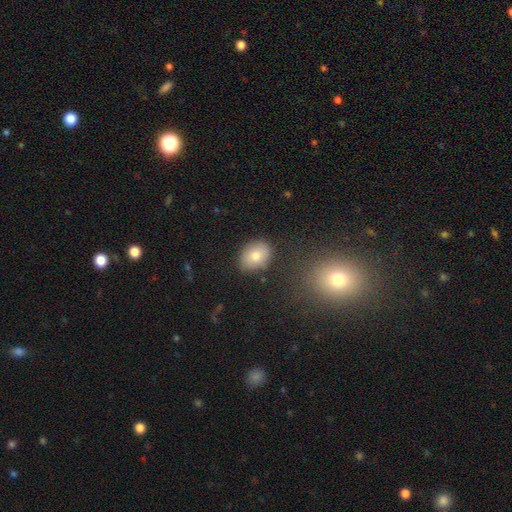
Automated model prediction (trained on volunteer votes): Overall: smooth (78%). How rounded: in between (66%; round 33%). Merging: none (82%).